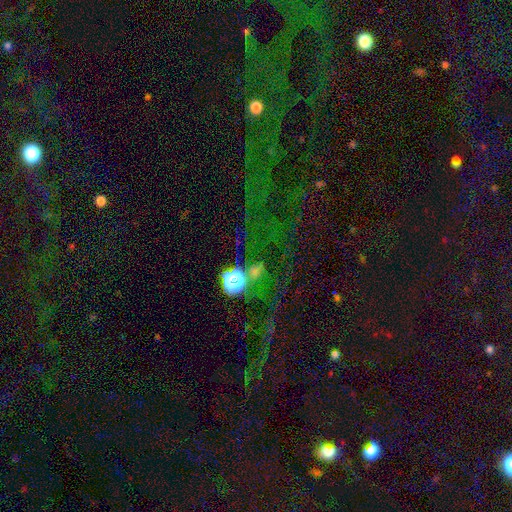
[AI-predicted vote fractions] smooth_or_featured: star or artifact (p=0.74) [alt: smooth p=0.16]